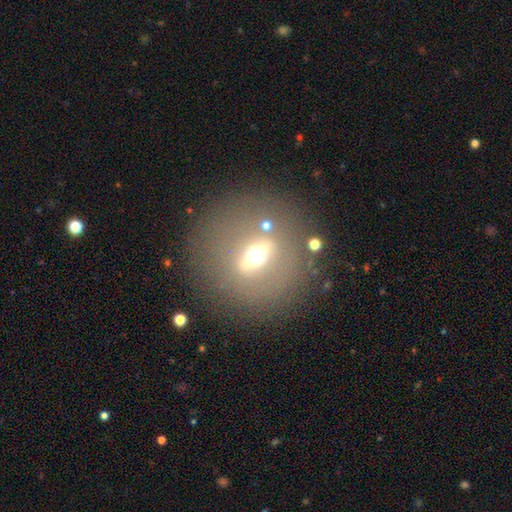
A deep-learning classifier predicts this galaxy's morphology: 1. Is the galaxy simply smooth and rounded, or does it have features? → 56% featured or disk, 31% smooth, 14% star or artifact.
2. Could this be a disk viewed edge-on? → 60% no, 40% yes.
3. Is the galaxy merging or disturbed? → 80% none, 10% minor disturbance, 6% major disturbance, 4% merger.